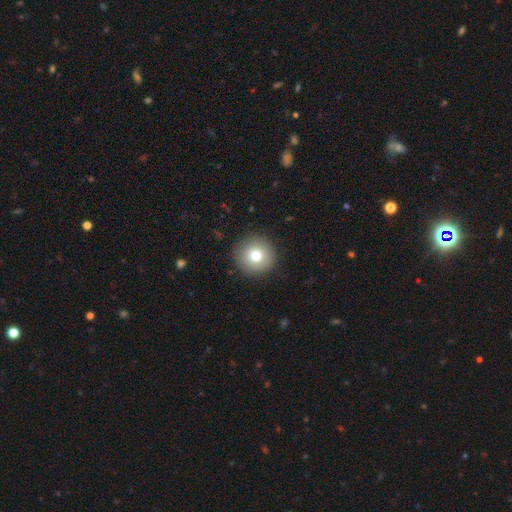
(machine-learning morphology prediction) Q: Smooth or featured?
A: smooth (77%); runner-up: featured or disk (12%)
Q: How rounded?
A: round (96%); runner-up: in between (3%)
Q: Merging?
A: none (91%); runner-up: minor disturbance (6%)